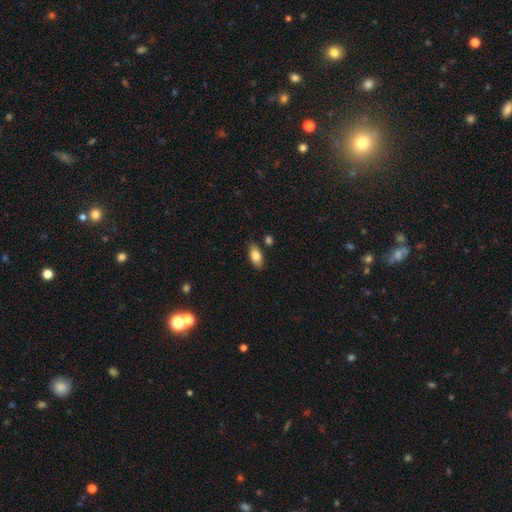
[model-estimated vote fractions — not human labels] Smooth or featured: smooth — 81% (featured or disk — 12%)
How rounded: in between — 90% (cigar-shaped — 5%)
Merging: none — 82% (minor disturbance — 12%)